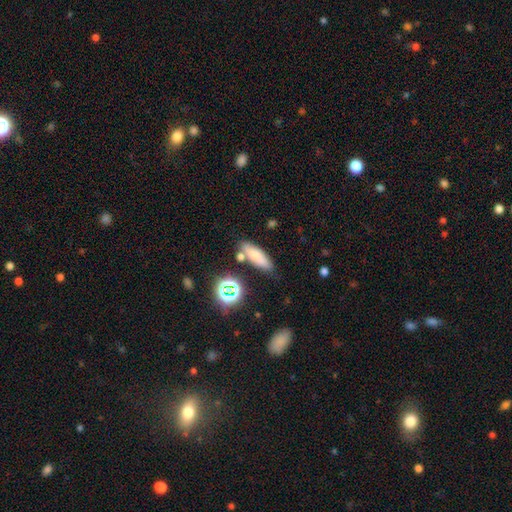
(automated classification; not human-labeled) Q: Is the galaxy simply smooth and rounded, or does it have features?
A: smooth — 71%.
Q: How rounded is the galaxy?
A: in between — 54%.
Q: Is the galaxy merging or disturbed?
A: none — 71%.